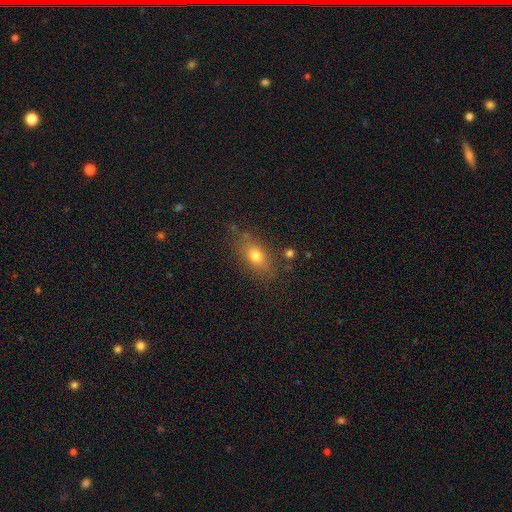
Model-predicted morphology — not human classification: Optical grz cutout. It shows a smooth galaxy with no disk features (73%) that is in between round and cigar-shaped (75%). Merging: none (76%).